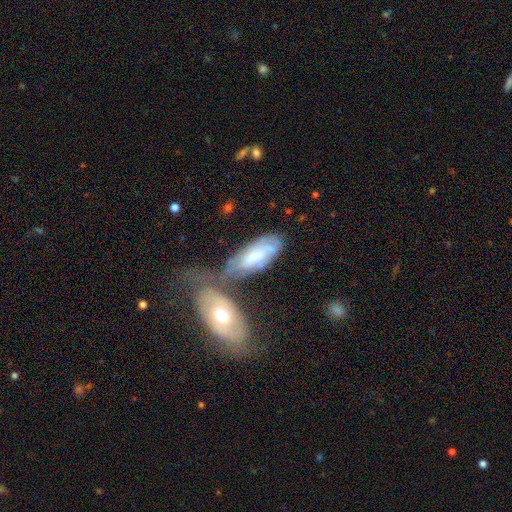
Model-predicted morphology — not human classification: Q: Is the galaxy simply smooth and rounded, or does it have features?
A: featured or disk — 48%.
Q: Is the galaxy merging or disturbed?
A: none — 35%, tied with merger.